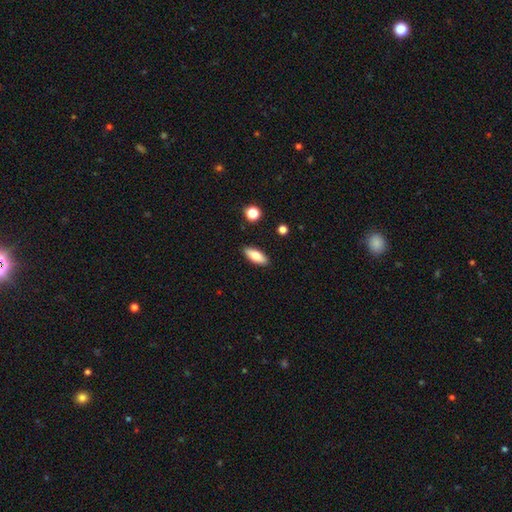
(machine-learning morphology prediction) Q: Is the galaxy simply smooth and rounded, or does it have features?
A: smooth — 79%.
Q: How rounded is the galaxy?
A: in between — 75%.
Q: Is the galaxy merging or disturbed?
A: none — 89%.